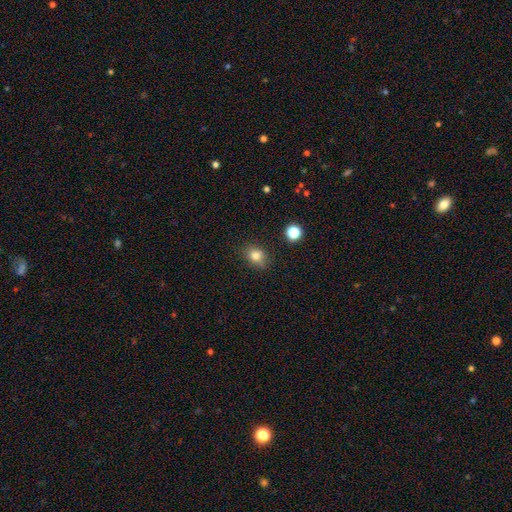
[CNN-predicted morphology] smooth-or-featured: smooth: 81% | star or artifact: 12% | featured or disk: 7%
  how-rounded: round: 51% | in between: 48% | cigar-shaped: 1%
  merging: none: 80% | minor disturbance: 15% | major disturbance: 3% | merger: 2%